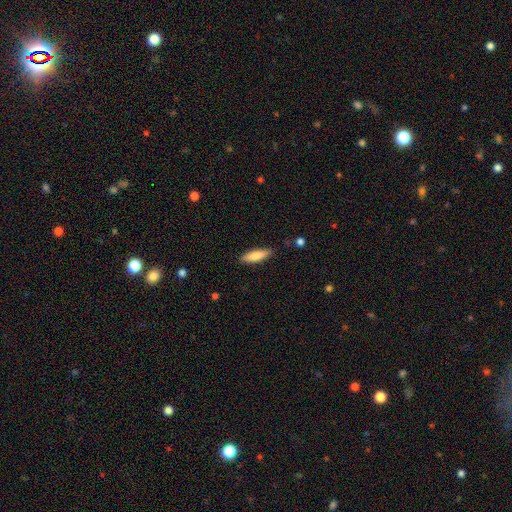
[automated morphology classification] Smooth or featured? smooth (80%)
How rounded? cigar-shaped (61%)
Merging? none (87%)